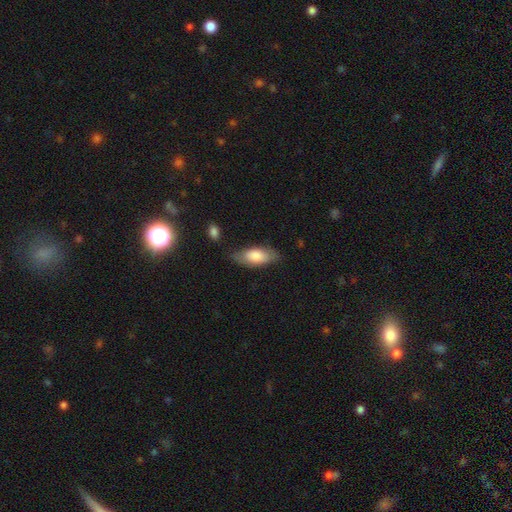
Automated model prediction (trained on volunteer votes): smooth-or-featured: smooth: 78% | featured or disk: 16% | star or artifact: 6%
  how-rounded: in between: 81% | cigar-shaped: 17% | round: 2%
  merging: none: 72% | minor disturbance: 20% | major disturbance: 5% | merger: 3%